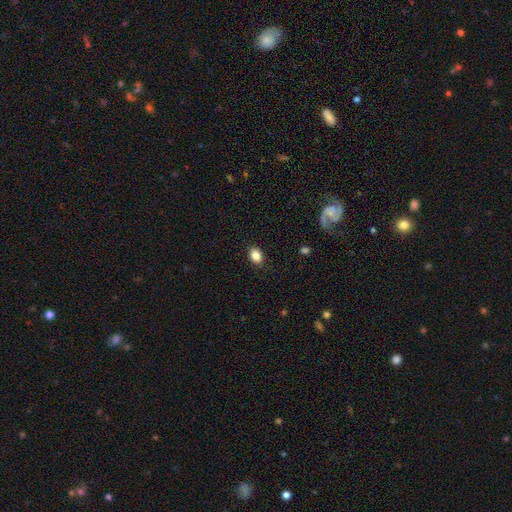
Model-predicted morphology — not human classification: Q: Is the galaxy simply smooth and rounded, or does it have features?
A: smooth — 86%.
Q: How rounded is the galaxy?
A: in between — 71%.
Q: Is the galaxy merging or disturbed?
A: none — 87%.